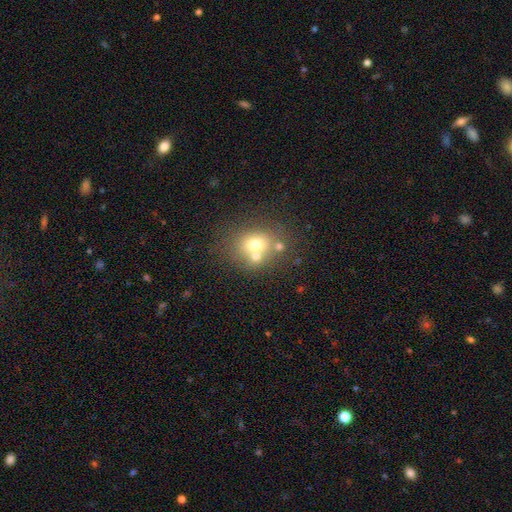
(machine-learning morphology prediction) The model was most divided on "merging": none: 44%, merger: 42%, minor disturbance: 9%, major disturbance: 4%. More confident: how rounded — round (68%); smooth or featured — smooth (65%).